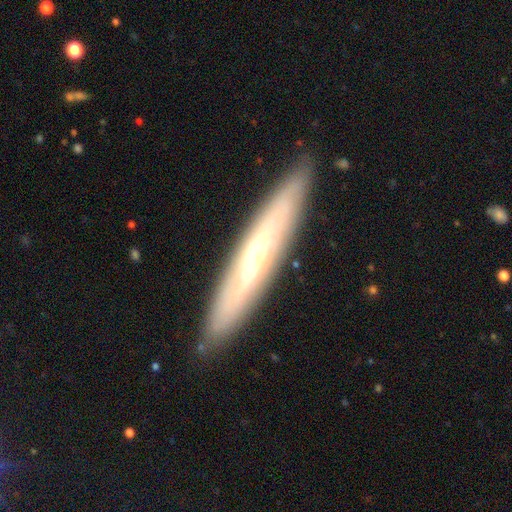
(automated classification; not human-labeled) This is likely a featured or disk galaxy (64%). It is likely viewed edge-on (66%). Merging: clearly none (87%).